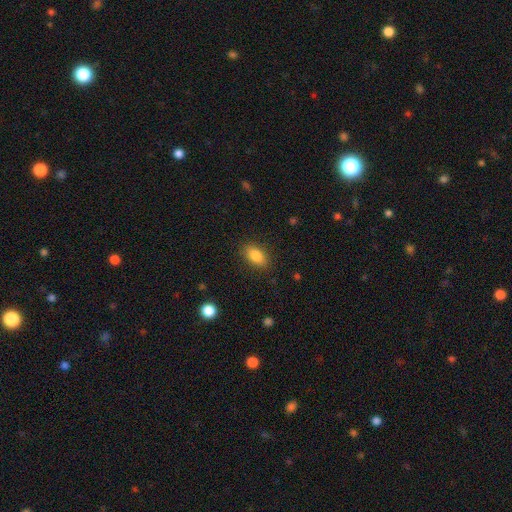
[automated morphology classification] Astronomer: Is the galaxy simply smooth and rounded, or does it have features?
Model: smooth — 86%.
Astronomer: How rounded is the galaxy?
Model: in between — 89%.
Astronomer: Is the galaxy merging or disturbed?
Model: none — 86%.